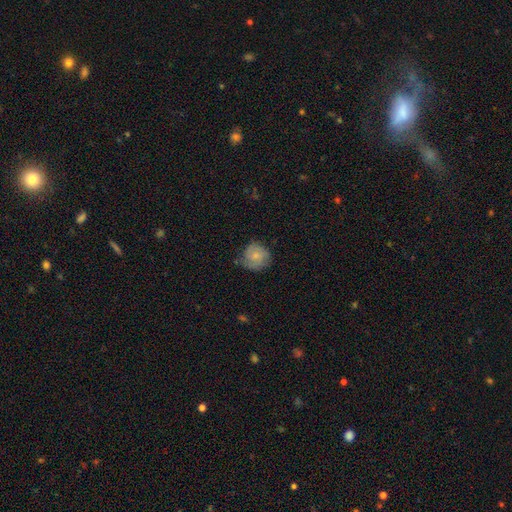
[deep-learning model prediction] This is likely a smooth galaxy (65%). How rounded: clearly round (88%). Merging: likely none (68%).